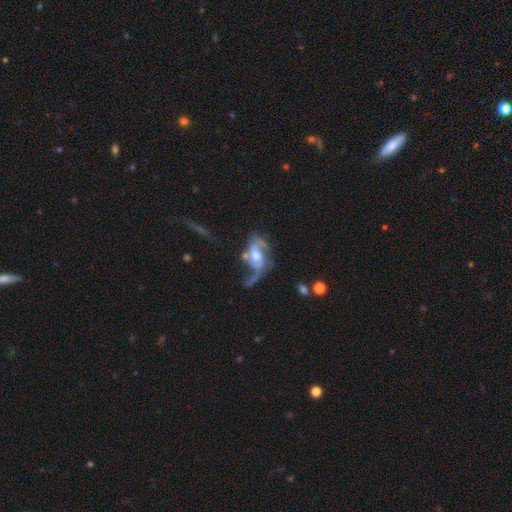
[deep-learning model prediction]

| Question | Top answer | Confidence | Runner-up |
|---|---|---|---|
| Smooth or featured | featured or disk | 80% | smooth (13%) |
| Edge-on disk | no | 96% | yes (4%) |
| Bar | no | 46% | weak (40%) |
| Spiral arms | yes | 89% | no (11%) |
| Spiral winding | loose | 59% | medium (31%) |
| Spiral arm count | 2 | 75% | 1 (11%) |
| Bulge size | moderate | 65% | small (17%) |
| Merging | major disturbance | 36% | none (32%) |